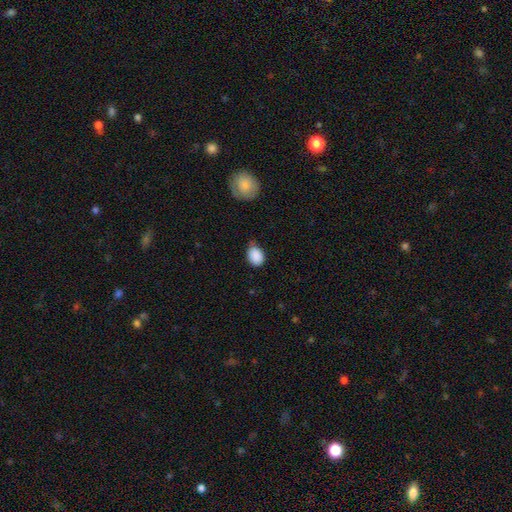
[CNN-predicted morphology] smooth_or_featured: smooth (p=0.88) [alt: star or artifact p=0.07]
how_rounded: in between (p=0.60) [alt: round p=0.39]
merging: none (p=0.52) [alt: minor disturbance p=0.39]